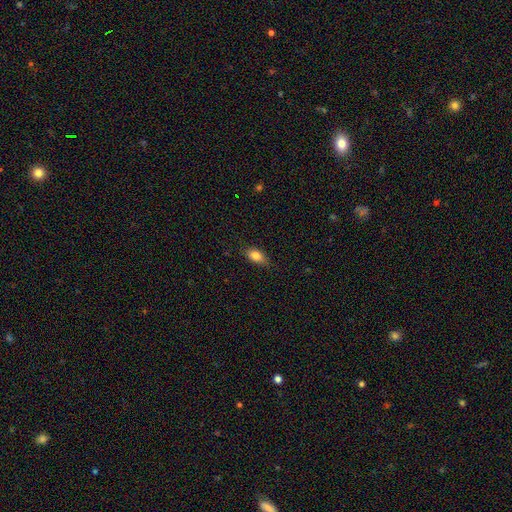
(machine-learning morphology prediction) Smooth or featured: smooth — 84% (featured or disk — 8%)
How rounded: in between — 86% (round — 8%)
Merging: none — 79% (minor disturbance — 16%)